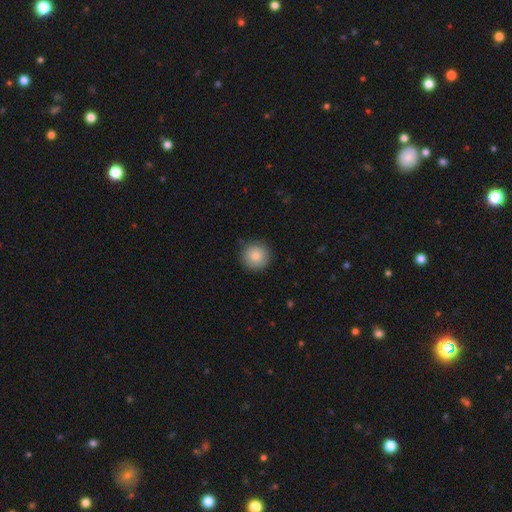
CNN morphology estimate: A smooth galaxy with no disk features (83%) that is round (95%). Merging: none (90%).